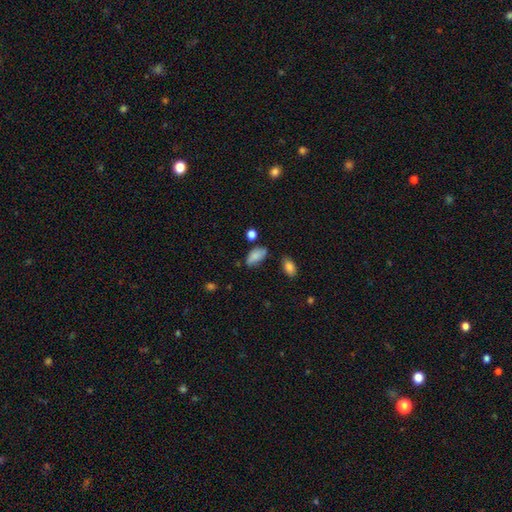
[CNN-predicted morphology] Smooth or featured?
  - smooth: 83% *
  - star or artifact: 8%
  - featured or disk: 8%
How rounded?
  - in between: 92% *
  - cigar-shaped: 4%
  - round: 4%
Merging?
  - none: 62% *
  - minor disturbance: 26%
  - major disturbance: 6%
  - merger: 6%